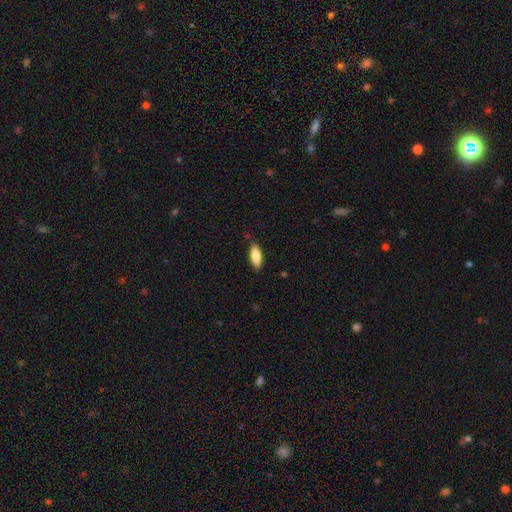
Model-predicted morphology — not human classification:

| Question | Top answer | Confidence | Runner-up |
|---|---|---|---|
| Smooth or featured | smooth | 75% | featured or disk (19%) |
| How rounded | in between | 70% | cigar-shaped (28%) |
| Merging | none | 84% | minor disturbance (13%) |